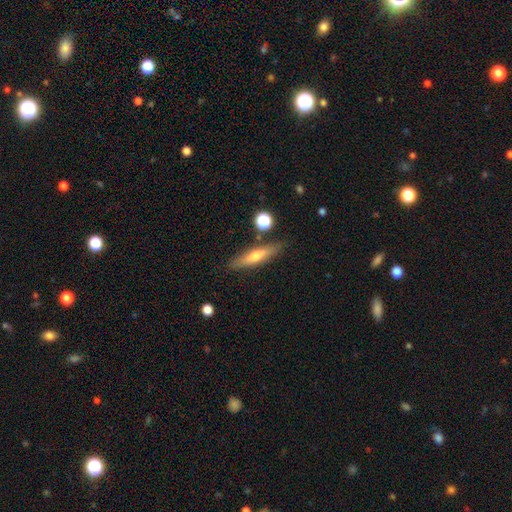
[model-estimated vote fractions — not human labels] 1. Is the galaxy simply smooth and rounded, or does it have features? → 49% smooth, 44% featured or disk, 7% star or artifact.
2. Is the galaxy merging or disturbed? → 83% none, 11% minor disturbance, 4% merger, 2% major disturbance.